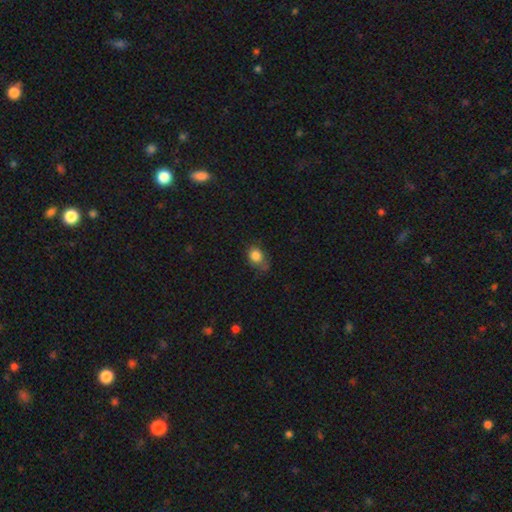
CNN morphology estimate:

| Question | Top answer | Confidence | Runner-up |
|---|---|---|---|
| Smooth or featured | smooth | 83% | star or artifact (10%) |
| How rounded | in between | 51% | round (48%) |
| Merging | none | 46% | minor disturbance (36%) |